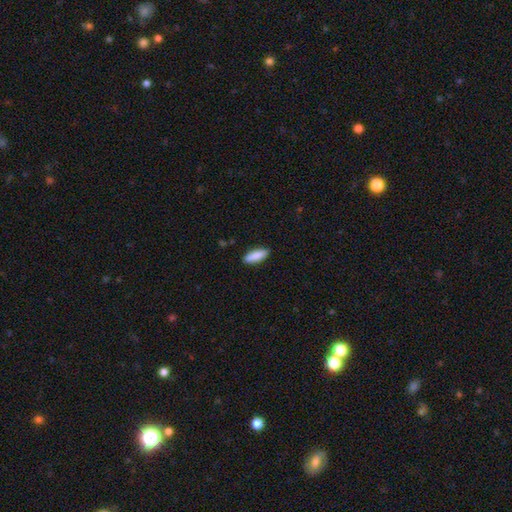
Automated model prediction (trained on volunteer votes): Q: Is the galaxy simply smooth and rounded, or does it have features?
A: smooth — 88%.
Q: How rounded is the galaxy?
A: in between — 60%.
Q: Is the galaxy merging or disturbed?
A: none — 88%.